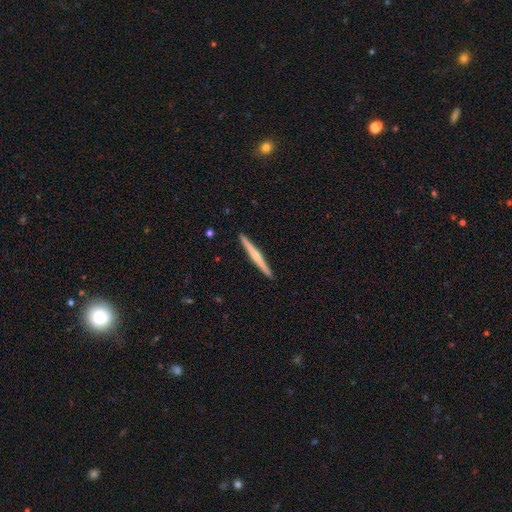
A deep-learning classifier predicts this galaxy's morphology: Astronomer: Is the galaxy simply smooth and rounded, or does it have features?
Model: featured or disk — 61%.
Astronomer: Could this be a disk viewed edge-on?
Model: yes — 98%.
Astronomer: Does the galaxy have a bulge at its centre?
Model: rounded — 61%.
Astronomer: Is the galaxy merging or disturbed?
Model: none — 93%.